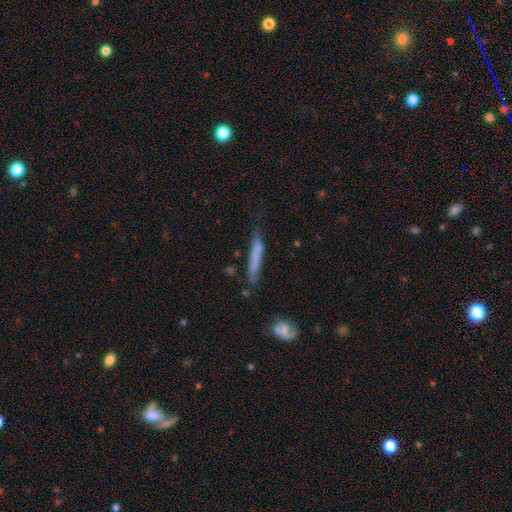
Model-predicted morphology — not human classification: A smooth galaxy with no disk features (65%) that is cigar-shaped (94%).

Vote fractions:
- Smooth or featured? smooth: 65% / featured or disk: 28% / star or artifact: 7%
- How rounded? cigar-shaped: 94% / in between: 4% / round: 2%
- Merging? none: 68% / minor disturbance: 23% / major disturbance: 6% / merger: 3%